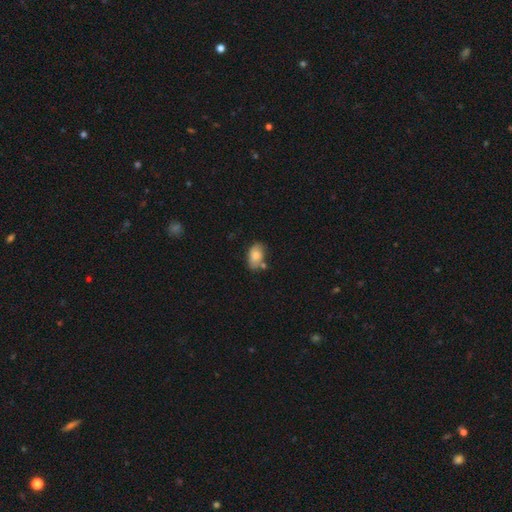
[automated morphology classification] This appears to be a smooth galaxy with no disk features (74%) that is in between round and cigar-shaped (89%). Merging: none (58%).